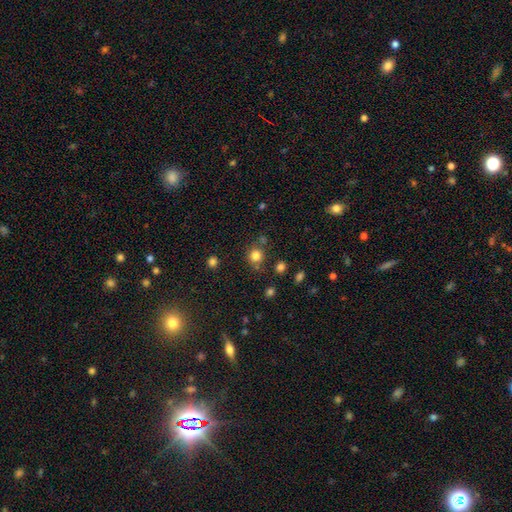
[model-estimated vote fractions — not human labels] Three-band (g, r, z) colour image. It shows a smooth galaxy with no disk features (80%) that is round (90%). Merging: none (74%).